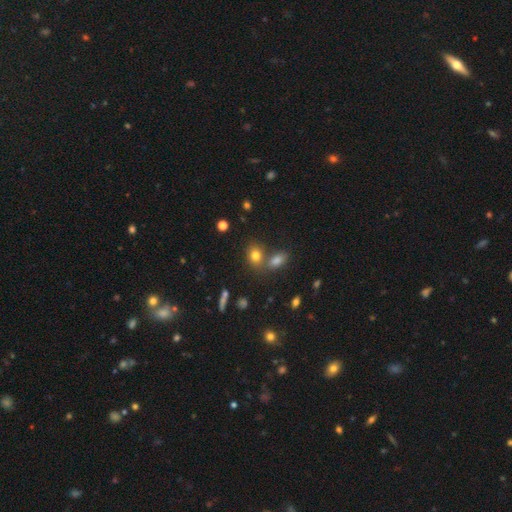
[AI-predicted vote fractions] Smooth or featured? Predicted: smooth (p=0.76). How rounded? Predicted: in between (p=0.56). Merging? Predicted: none (p=0.55).